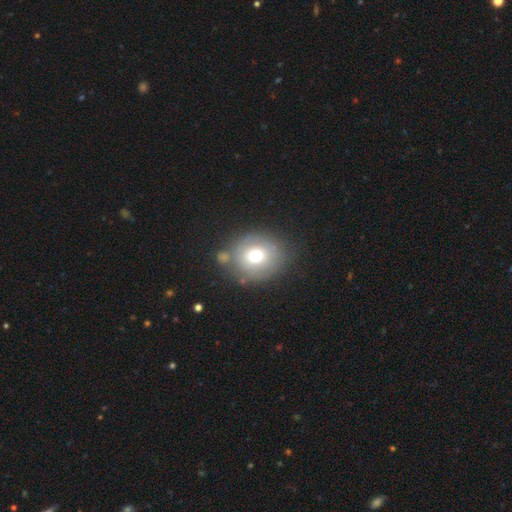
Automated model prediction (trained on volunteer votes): A smooth galaxy with no disk features (68%) that is round (81%).

Vote fractions:
- Smooth or featured? smooth: 68% / featured or disk: 20% / star or artifact: 12%
- How rounded? round: 81% / in between: 18% / cigar-shaped: 1%
- Merging? none: 68% / minor disturbance: 14% / merger: 11% / major disturbance: 6%